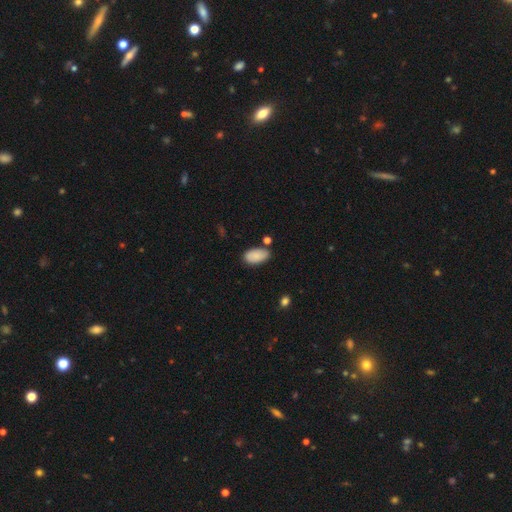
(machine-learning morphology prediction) A smooth galaxy with no disk features (87%) that is in between round and cigar-shaped (95%).

Vote fractions:
- Smooth or featured? smooth: 87% / star or artifact: 7% / featured or disk: 6%
- How rounded? in between: 95% / round: 3% / cigar-shaped: 2%
- Merging? none: 73% / minor disturbance: 18% / merger: 6% / major disturbance: 4%